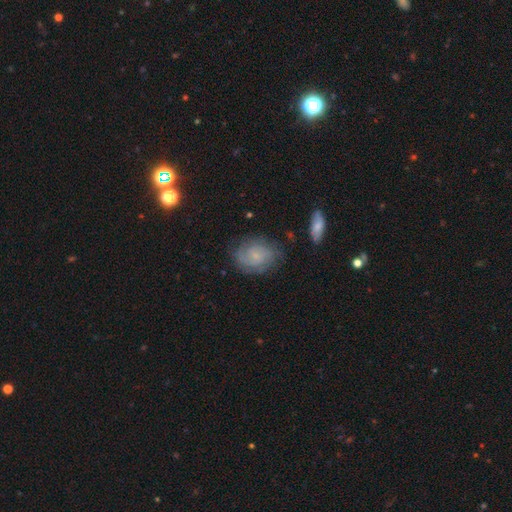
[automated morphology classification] A featured or disk galaxy (58%) with no bar (71%), spiral arms (88%) and a small central bulge (71%).

Vote fractions:
- Smooth or featured? featured or disk: 58% / smooth: 32% / star or artifact: 10%
- Edge-on disk? no: 97% / yes: 3%
- Bar? no: 71% / weak: 26% / strong: 4%
- Spiral arms? yes: 88% / no: 12%
- Bulge size? small: 71% / none: 15% / moderate: 11% / large: 1% / dominant: 1%
- Merging? none: 72% / minor disturbance: 19% / major disturbance: 8% / merger: 2%